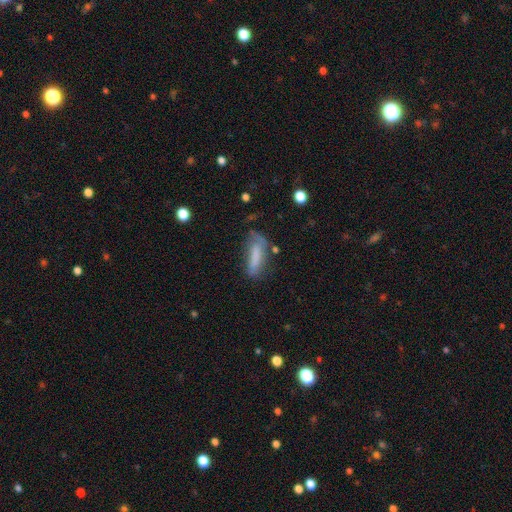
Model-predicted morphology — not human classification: smooth-or-featured: smooth: 70% | featured or disk: 21% | star or artifact: 9%
  how-rounded: cigar-shaped: 51% | in between: 46% | round: 2%
  merging: none: 46% | minor disturbance: 31% | major disturbance: 18% | merger: 5%